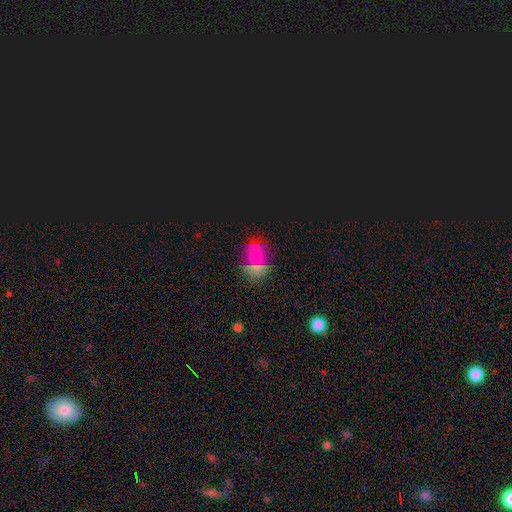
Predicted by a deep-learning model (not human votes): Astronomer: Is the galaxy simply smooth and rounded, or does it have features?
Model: smooth — 48% (runner-up: star or artifact, 37%).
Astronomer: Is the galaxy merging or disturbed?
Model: none — 63%.